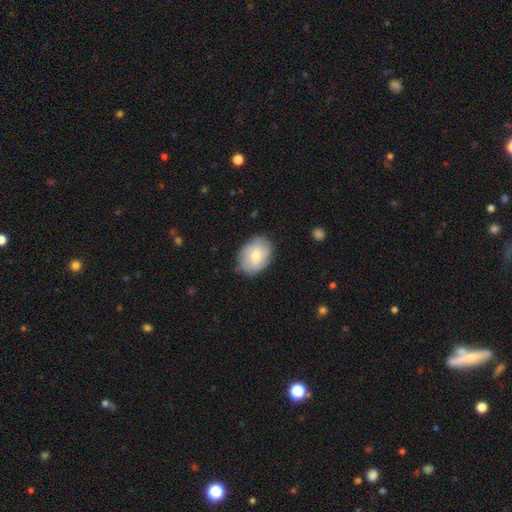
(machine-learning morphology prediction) The model was most divided on "smooth or featured": smooth: 58%, featured or disk: 35%, star or artifact: 7%. More confident: merging — none (80%); how rounded — in between (66%).